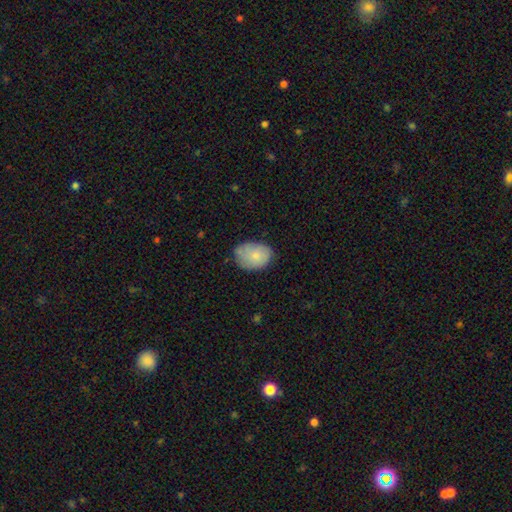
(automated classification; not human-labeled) Q: Smooth or featured?
A: smooth (78%); runner-up: featured or disk (15%)
Q: How rounded?
A: in between (73%); runner-up: round (26%)
Q: Merging?
A: none (66%); runner-up: minor disturbance (27%)